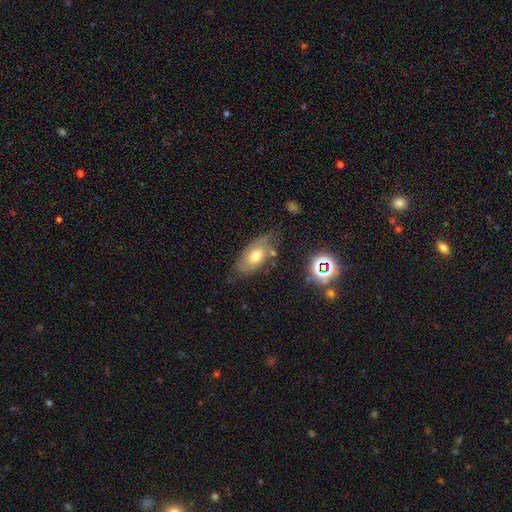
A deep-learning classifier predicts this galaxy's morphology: This appears to be a smooth galaxy with no disk features (54%) that is in between round and cigar-shaped (90%). Merging: none (58%).